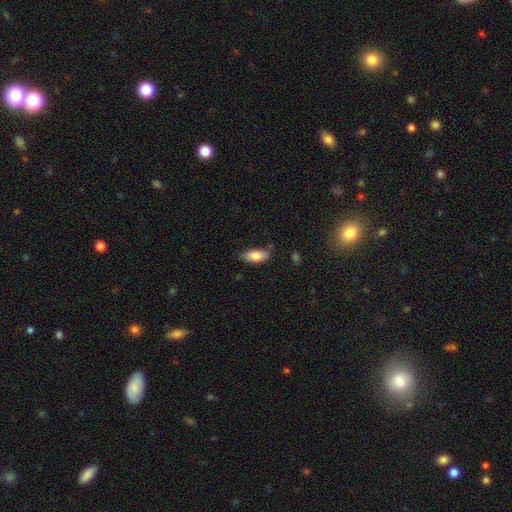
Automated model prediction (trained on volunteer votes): Smooth or featured?
  - smooth: 83% *
  - featured or disk: 10%
  - star or artifact: 7%
How rounded?
  - in between: 89% *
  - cigar-shaped: 9%
  - round: 3%
Merging?
  - none: 66% *
  - minor disturbance: 26%
  - major disturbance: 5%
  - merger: 3%